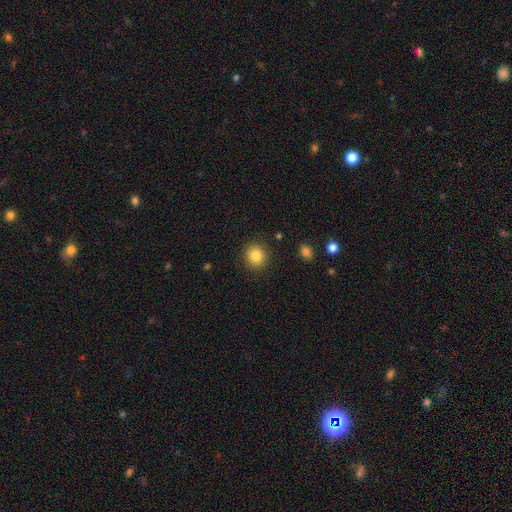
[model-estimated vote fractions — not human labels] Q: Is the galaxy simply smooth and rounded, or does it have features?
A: smooth — 84%.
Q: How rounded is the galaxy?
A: round — 87%.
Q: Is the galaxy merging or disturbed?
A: none — 90%.